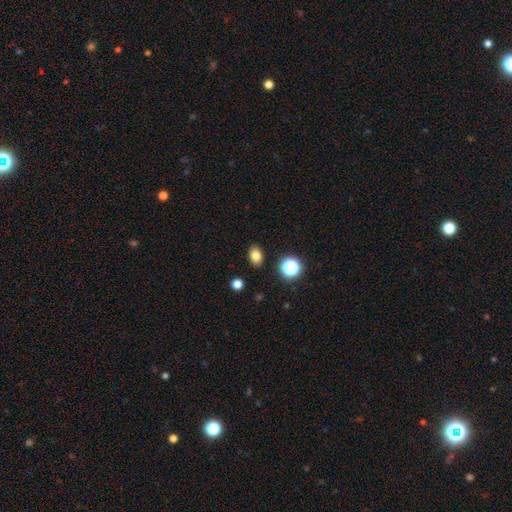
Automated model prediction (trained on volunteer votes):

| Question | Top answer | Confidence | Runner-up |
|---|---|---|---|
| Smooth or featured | smooth | 81% | star or artifact (13%) |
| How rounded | in between | 74% | round (25%) |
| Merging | none | 88% | minor disturbance (8%) |